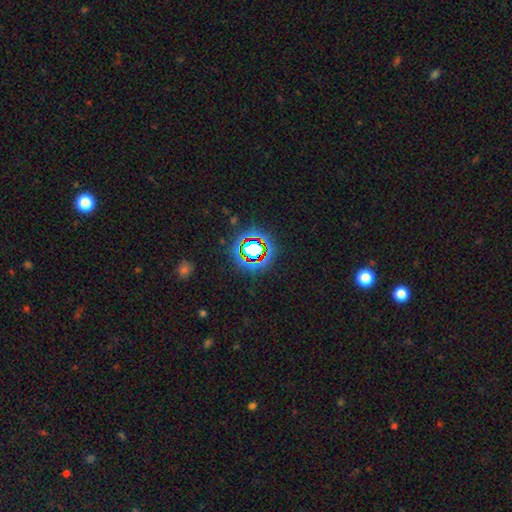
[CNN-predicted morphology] Smooth or featured? Predicted: star or artifact (p=0.75).